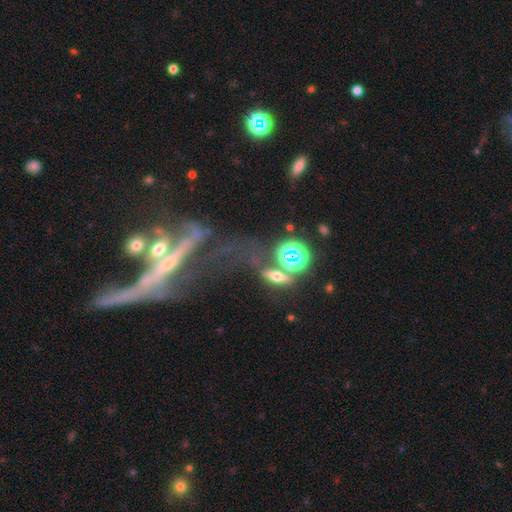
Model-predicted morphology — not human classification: Smooth or featured?
  - featured or disk: 59% *
  - star or artifact: 26%
  - smooth: 15%
Edge-on disk?
  - no: 50% * (tied)
  - yes: 50% * (tied)
Merging?
  - merger: 30% *
  - major disturbance: 28%
  - none: 28%
  - minor disturbance: 13%